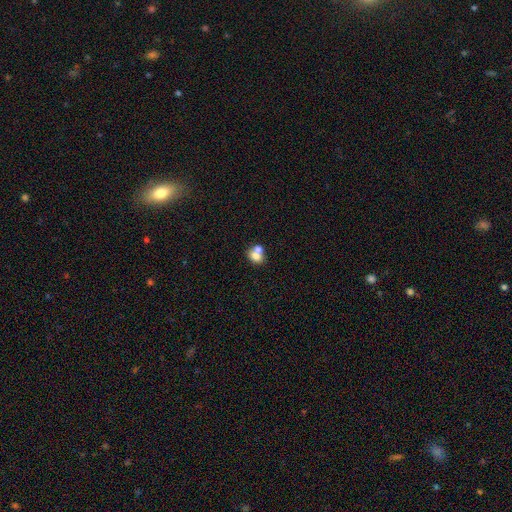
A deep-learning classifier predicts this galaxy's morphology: This appears to be a smooth galaxy with no disk features (73%) that is round (50%). Merging: merger (57%).